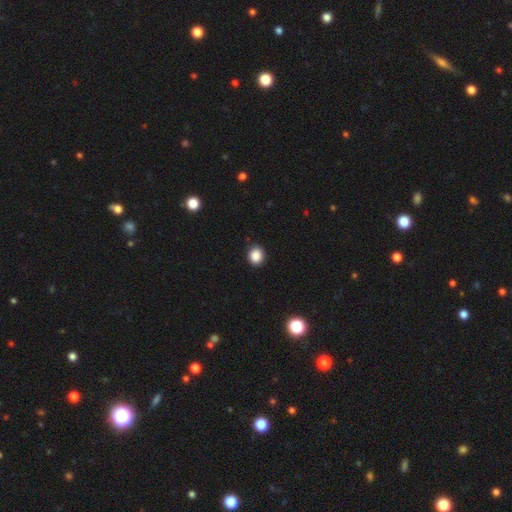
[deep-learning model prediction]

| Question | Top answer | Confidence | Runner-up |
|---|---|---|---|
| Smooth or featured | smooth | 87% | star or artifact (10%) |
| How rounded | round | 72% | in between (27%) |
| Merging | none | 88% | minor disturbance (9%) |